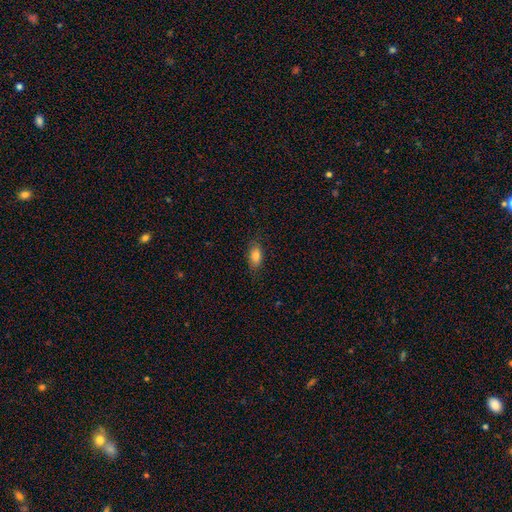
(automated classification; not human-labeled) This is clearly a smooth galaxy (82%). How rounded: clearly in between (87%). Merging: clearly none (81%).